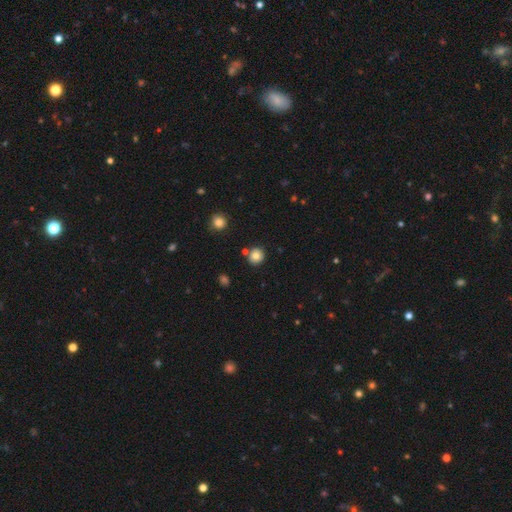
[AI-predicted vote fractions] This appears to be a smooth galaxy with no disk features (79%) that is round (90%). Merging: none (83%).